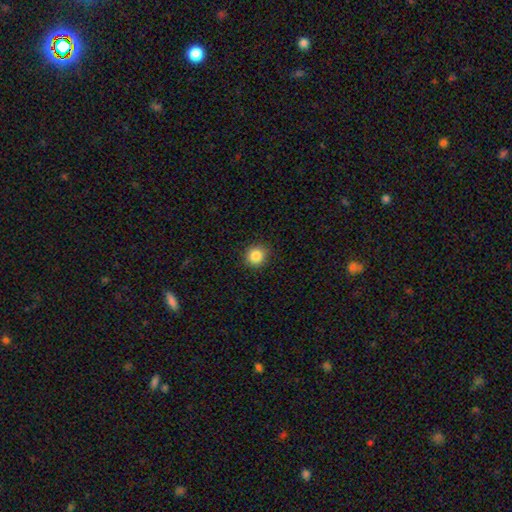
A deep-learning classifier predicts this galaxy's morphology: Q: Smooth or featured?
A: smooth (86%); runner-up: star or artifact (10%)
Q: How rounded?
A: round (91%); runner-up: in between (8%)
Q: Merging?
A: none (90%); runner-up: minor disturbance (7%)